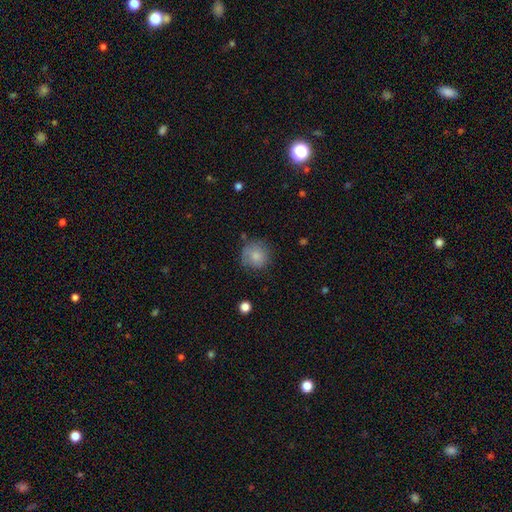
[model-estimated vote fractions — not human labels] A smooth galaxy with no disk features (80%) that is round (91%).

Vote fractions:
- Smooth or featured? smooth: 80% / featured or disk: 12% / star or artifact: 8%
- How rounded? round: 91% / in between: 8% / cigar-shaped: 1%
- Merging? none: 71% / minor disturbance: 21% / major disturbance: 6% / merger: 2%